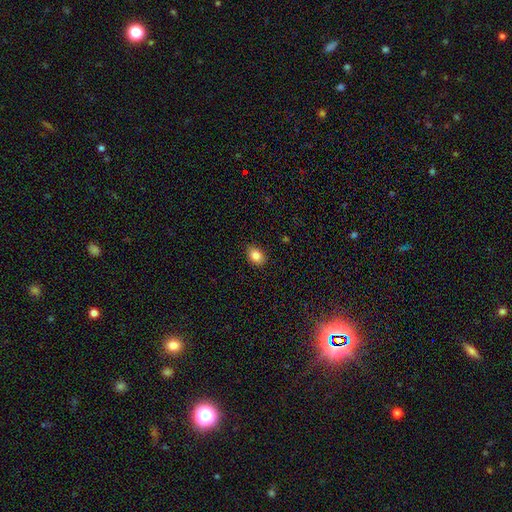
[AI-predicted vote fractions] A smooth galaxy with no disk features (85%) that is in between round and cigar-shaped (73%). Merging: none (88%).